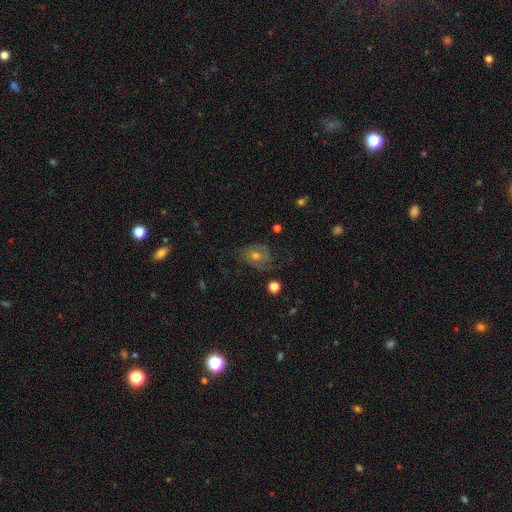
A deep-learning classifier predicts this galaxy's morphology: This appears to be a featured or disk galaxy (60%) with no bar (73%), spiral arms (84%) and a moderate central bulge (64%). Merging: none (68%).